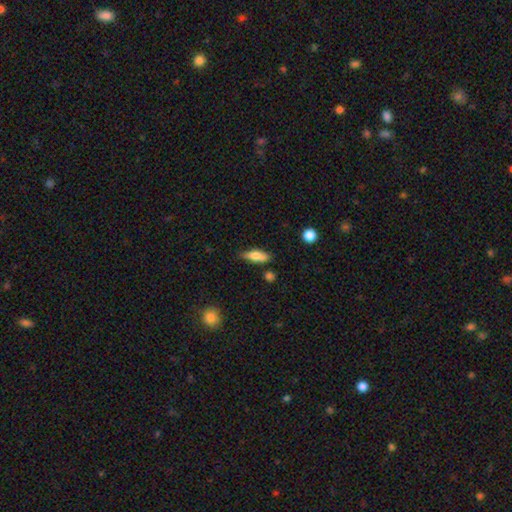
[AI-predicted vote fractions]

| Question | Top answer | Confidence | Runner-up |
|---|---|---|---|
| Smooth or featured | smooth | 68% | featured or disk (25%) |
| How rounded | in between | 60% | cigar-shaped (37%) |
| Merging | none | 69% | minor disturbance (22%) |